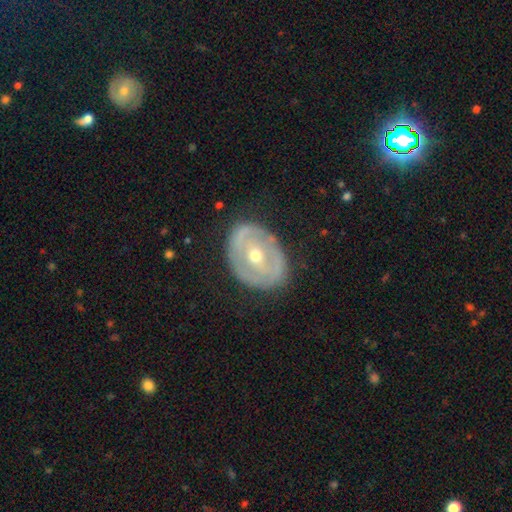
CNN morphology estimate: Smooth or featured?
  - featured or disk: 72% *
  - smooth: 22%
  - star or artifact: 6%
Edge-on disk?
  - no: 94% *
  - yes: 6%
Bar?
  - no: 41% *
  - weak: 36%
  - strong: 23%
Spiral arms?
  - no: 55% *
  - yes: 45%
Bulge size?
  - moderate: 58% *
  - small: 38%
  - large: 2%
  - none: 1%
  - dominant: 1%
Merging?
  - none: 77% *
  - minor disturbance: 16%
  - major disturbance: 6%
  - merger: 1%